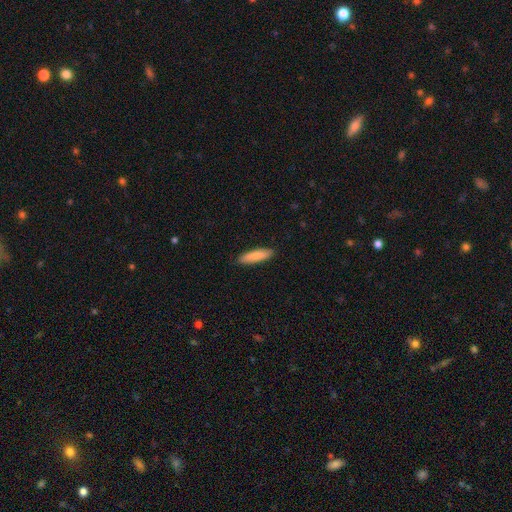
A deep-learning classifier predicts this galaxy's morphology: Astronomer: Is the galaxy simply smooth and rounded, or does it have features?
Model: smooth — 84%.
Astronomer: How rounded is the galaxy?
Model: cigar-shaped — 74%.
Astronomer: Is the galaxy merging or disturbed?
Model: none — 90%.